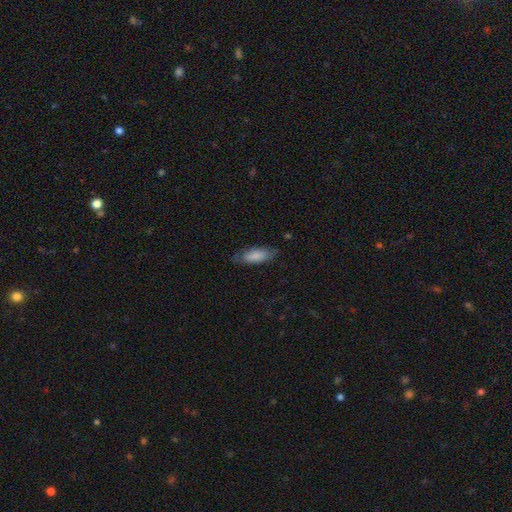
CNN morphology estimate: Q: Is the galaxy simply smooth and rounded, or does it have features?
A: smooth — 81%.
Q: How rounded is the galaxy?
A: in between — 76%.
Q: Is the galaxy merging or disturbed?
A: none — 74%.